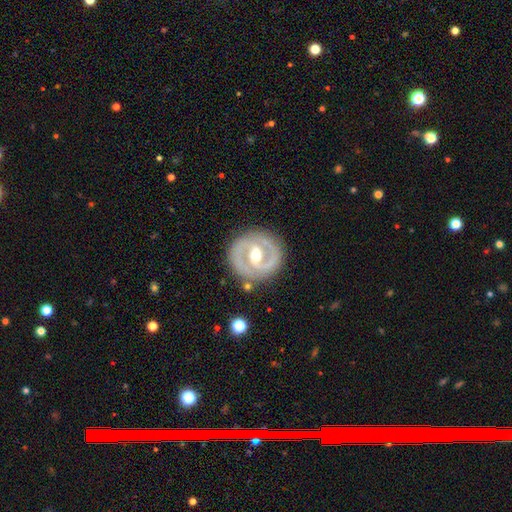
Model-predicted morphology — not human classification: The model was most divided on "bar": weak: 40%, strong: 38%, no: 23%. Remaining: edge-on disk — no (96%); merging — none (83%); spiral arm count — 2 (80%); smooth or featured — featured or disk (80%); bulge size — moderate (76%); spiral arms — yes (66%); spiral winding — tight (49%).